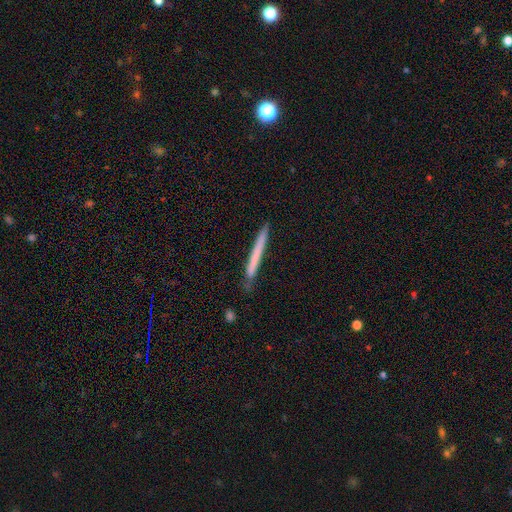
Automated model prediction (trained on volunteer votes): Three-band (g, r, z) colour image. It shows a smooth galaxy with no disk features (62%) that is cigar-shaped (97%). Merging: none (84%).